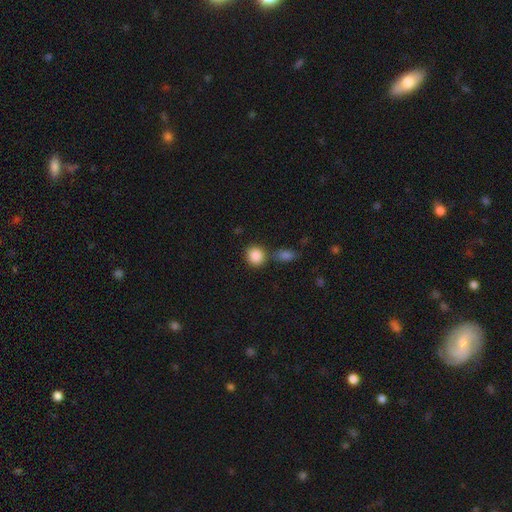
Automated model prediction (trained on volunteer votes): smooth-or-featured: smooth: 88% | star or artifact: 8% | featured or disk: 4%
  how-rounded: round: 81% | in between: 18% | cigar-shaped: 1%
  merging: none: 69% | merger: 17% | minor disturbance: 10% | major disturbance: 3%